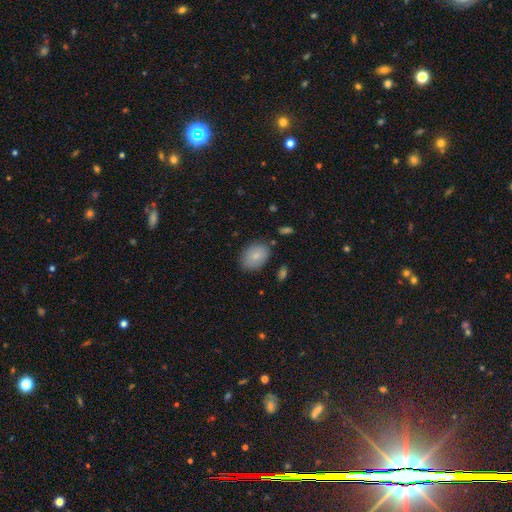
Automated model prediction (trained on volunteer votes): This appears to be a smooth galaxy with no disk features (84%) that is in between round and cigar-shaped (80%). Merging: none (79%).